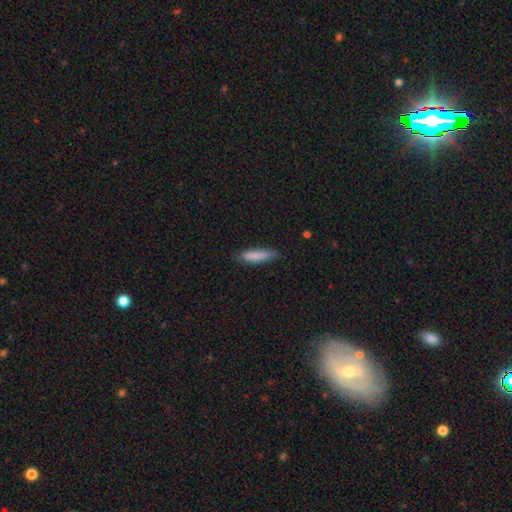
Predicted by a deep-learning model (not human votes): Smooth or featured: smooth — 85% (featured or disk — 9%)
How rounded: cigar-shaped — 73% (in between — 25%)
Merging: none — 78% (minor disturbance — 18%)